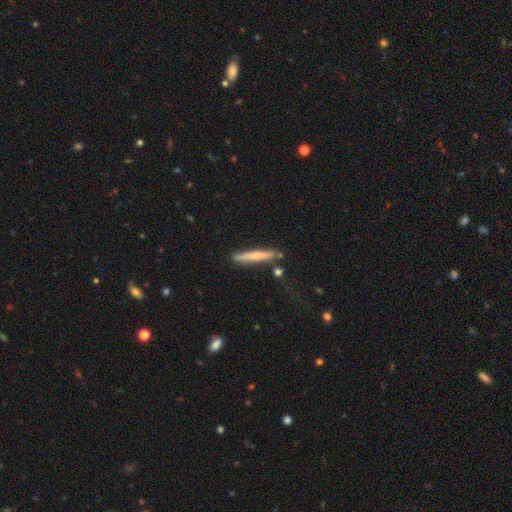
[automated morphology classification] This appears to be a smooth galaxy with no disk features (58%) that is cigar-shaped (94%). Merging: none (81%).